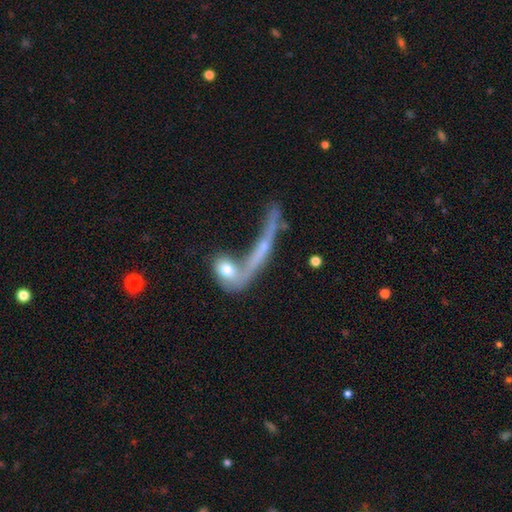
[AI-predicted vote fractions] Q: Smooth or featured?
A: featured or disk (51%); runner-up: smooth (35%)
Q: Edge-on disk?
A: no (54%); runner-up: yes (46%)
Q: Merging?
A: merger (50%); runner-up: none (24%)